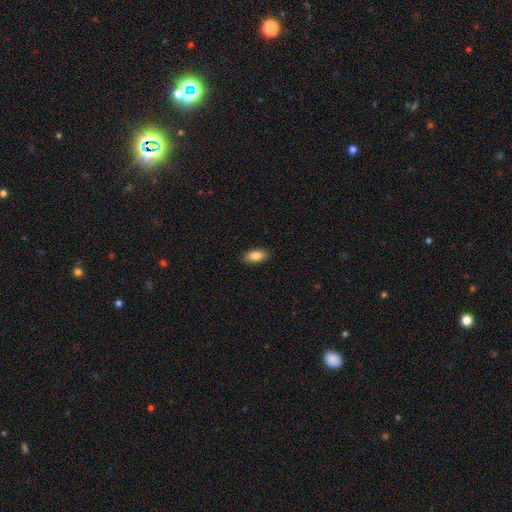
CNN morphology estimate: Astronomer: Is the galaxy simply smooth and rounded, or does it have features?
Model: smooth — 84%.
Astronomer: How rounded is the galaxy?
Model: in between — 89%.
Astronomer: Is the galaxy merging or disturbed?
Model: none — 87%.